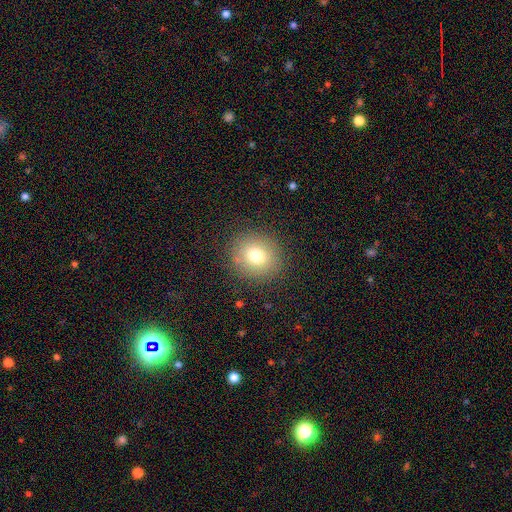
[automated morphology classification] Smooth or featured? smooth (74%)
How rounded? round (85%)
Merging? none (87%)